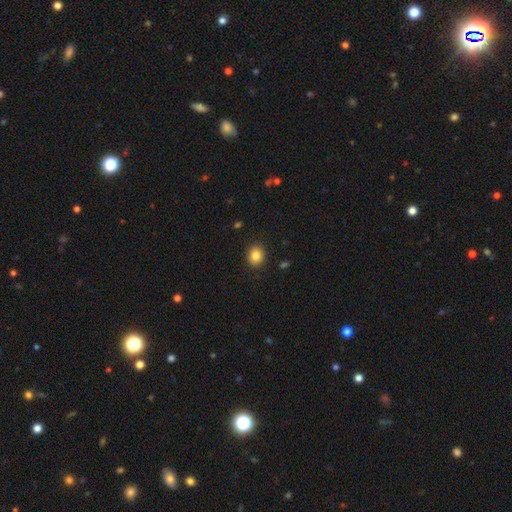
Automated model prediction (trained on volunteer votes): The model was most divided on "how rounded": round: 70%, in between: 29%, cigar-shaped: 1%. More confident: merging — none (90%); smooth or featured — smooth (85%).